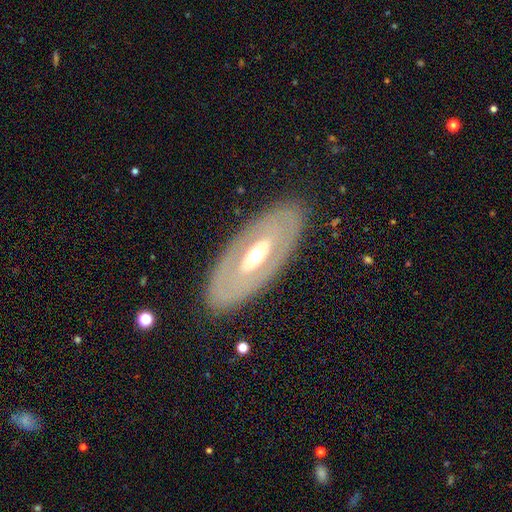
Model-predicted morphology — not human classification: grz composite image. It shows a featured or disk galaxy (65%) with no bar (66%), no spiral arms (84%) and a moderate central bulge (68%). Merging: none (84%).